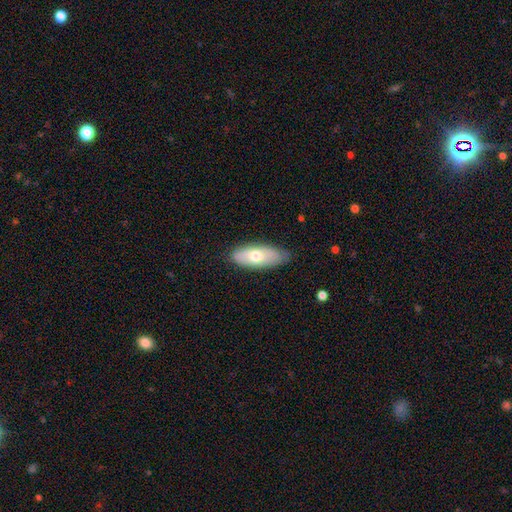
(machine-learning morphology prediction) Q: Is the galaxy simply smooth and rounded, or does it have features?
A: smooth — 64%.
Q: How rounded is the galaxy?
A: in between — 78%.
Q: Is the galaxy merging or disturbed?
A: none — 76%.